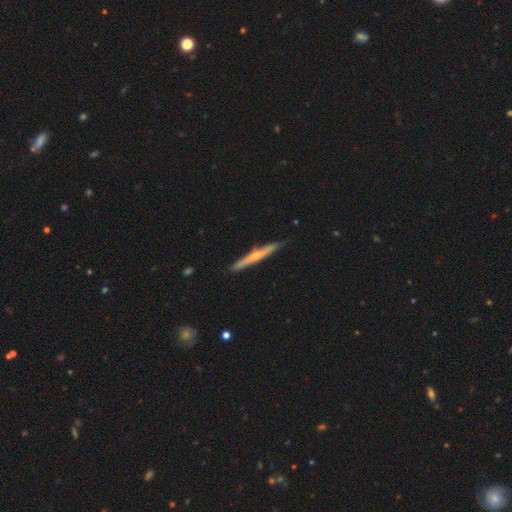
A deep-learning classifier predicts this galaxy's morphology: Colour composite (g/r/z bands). It shows a featured or disk galaxy (63%) viewed edge-on (97%) with a rounded central bulge (74%). Merging: none (87%).